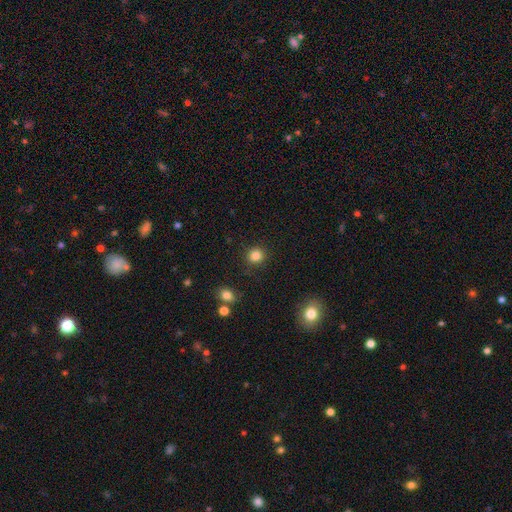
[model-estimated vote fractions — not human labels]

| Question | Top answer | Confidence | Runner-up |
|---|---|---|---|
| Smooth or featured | smooth | 85% | star or artifact (11%) |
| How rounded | round | 90% | in between (9%) |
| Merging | none | 89% | minor disturbance (7%) |